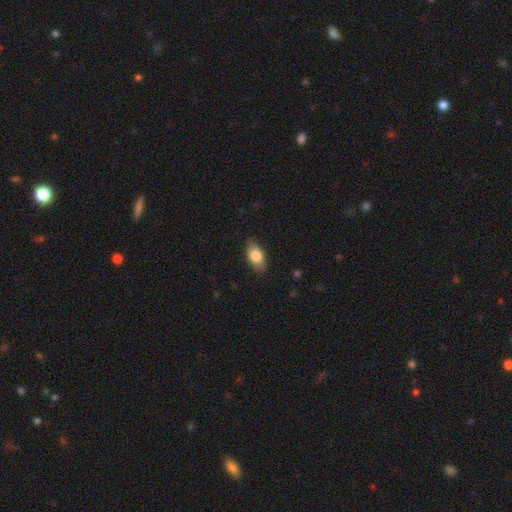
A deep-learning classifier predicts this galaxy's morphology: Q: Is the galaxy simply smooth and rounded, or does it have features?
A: smooth — 81%.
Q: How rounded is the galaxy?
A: in between — 91%.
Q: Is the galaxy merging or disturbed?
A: none — 85%.